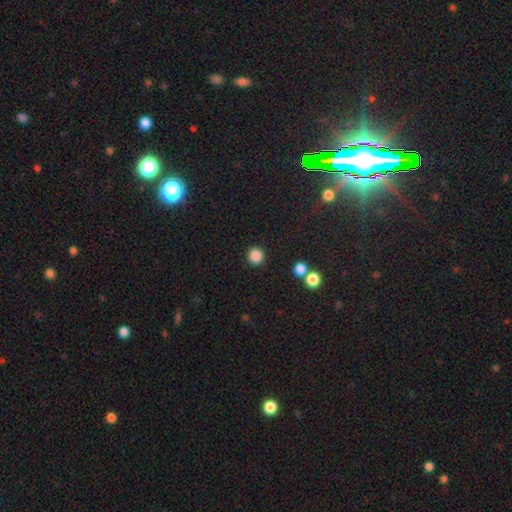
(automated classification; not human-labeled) A smooth galaxy with no disk features (86%) that is round (92%).

Vote fractions:
- Smooth or featured? smooth: 86% / star or artifact: 11% / featured or disk: 3%
- How rounded? round: 92% / in between: 7% / cigar-shaped: 1%
- Merging? none: 90% / minor disturbance: 6% / merger: 3% / major disturbance: 2%